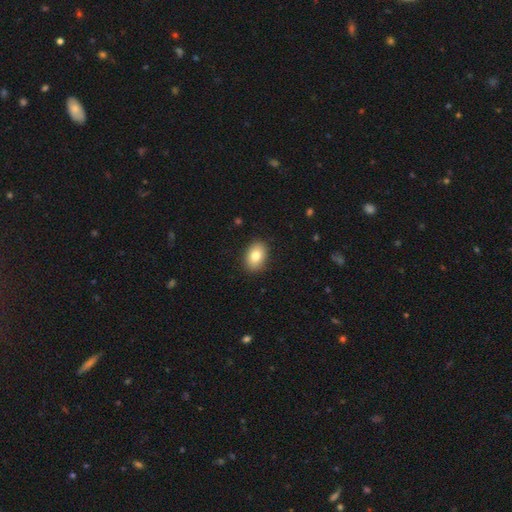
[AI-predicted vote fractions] This appears to be a smooth galaxy with no disk features (82%) that is in between round and cigar-shaped (80%). Merging: none (89%).